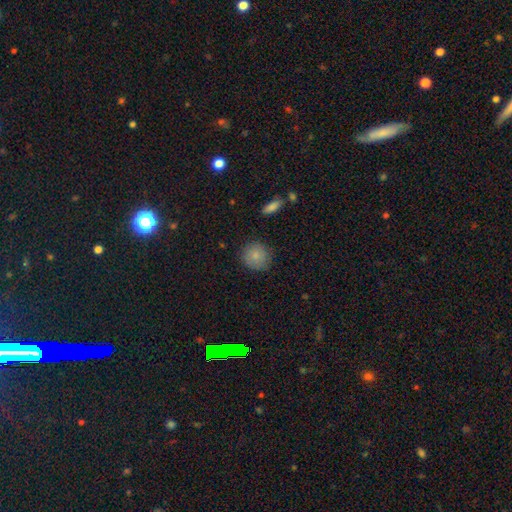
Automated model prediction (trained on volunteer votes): smooth-or-featured: smooth: 84% | star or artifact: 8% | featured or disk: 7%
  how-rounded: round: 91% | in between: 8% | cigar-shaped: 1%
  merging: none: 86% | minor disturbance: 10% | major disturbance: 3% | merger: 1%